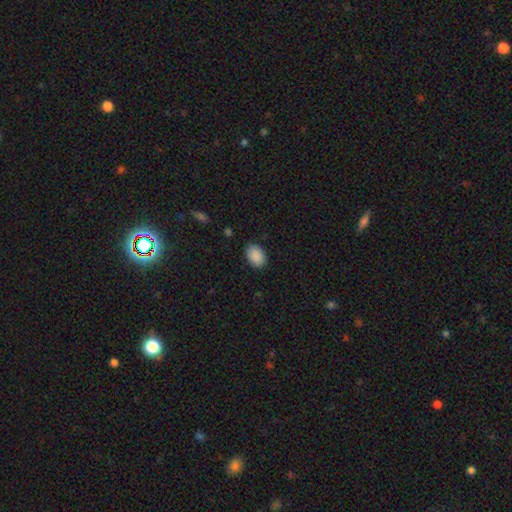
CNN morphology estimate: Smooth or featured? smooth (90%)
How rounded? in between (79%)
Merging? none (86%)